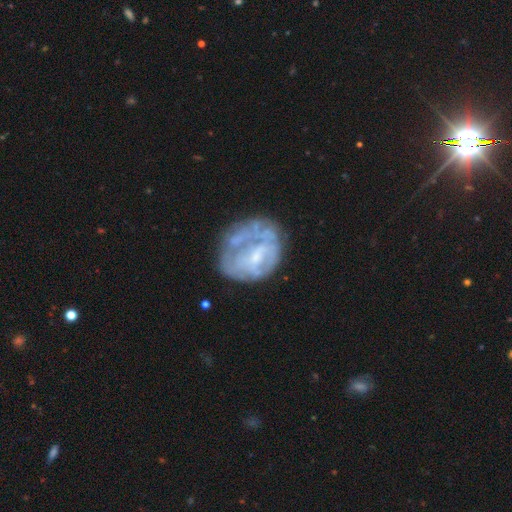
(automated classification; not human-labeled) Smooth or featured? Predicted: featured or disk (p=0.64). Edge-on disk? Predicted: no (p=0.98). Bar? Predicted: no (p=0.62). Spiral arms? Predicted: no (p=0.70). Bulge size? Predicted: small (p=0.41). Merging? Predicted: none (p=0.51).